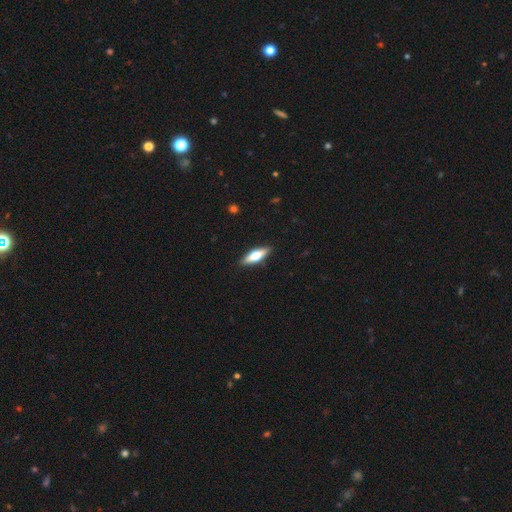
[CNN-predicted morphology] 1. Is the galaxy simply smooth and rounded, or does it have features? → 50% smooth, 44% featured or disk, 6% star or artifact.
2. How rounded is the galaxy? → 56% cigar-shaped, 42% in between, 2% round.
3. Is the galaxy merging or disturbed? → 90% none, 8% minor disturbance, 2% major disturbance, 1% merger.